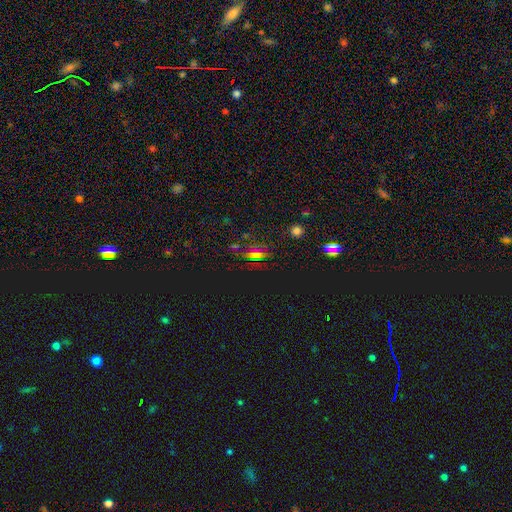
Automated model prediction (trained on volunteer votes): Smooth or featured?
  - star or artifact: 54% *
  - smooth: 32%
  - featured or disk: 14%